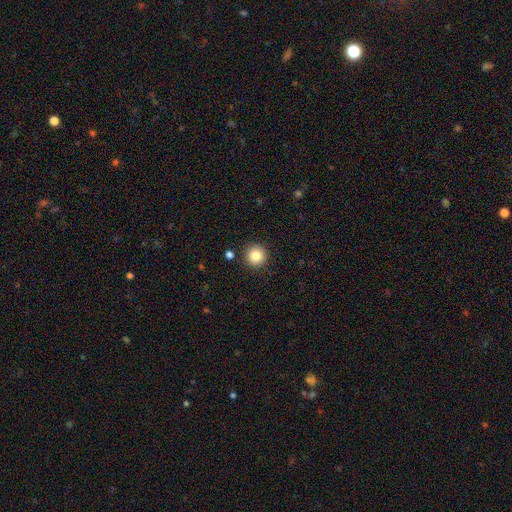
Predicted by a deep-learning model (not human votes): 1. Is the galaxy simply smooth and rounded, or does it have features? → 84% smooth, 11% star or artifact, 6% featured or disk.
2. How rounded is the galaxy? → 95% round, 4% in between, 1% cigar-shaped.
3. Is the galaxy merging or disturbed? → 91% none, 6% minor disturbance, 2% merger, 2% major disturbance.